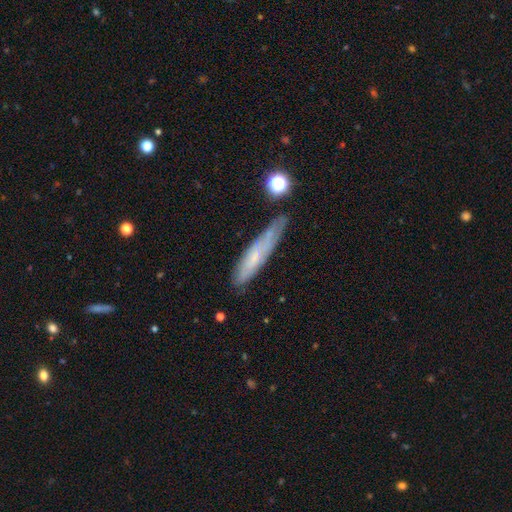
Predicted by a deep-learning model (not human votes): smooth_or_featured: smooth (p=0.50) [alt: featured or disk p=0.41]
merging: none (p=0.67) [alt: minor disturbance p=0.23]